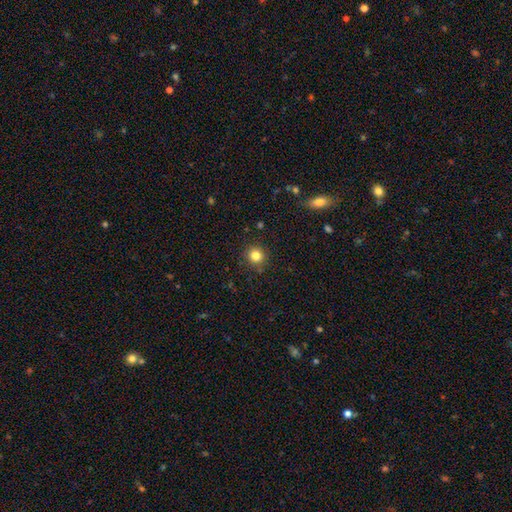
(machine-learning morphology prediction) A smooth galaxy with no disk features (82%) that is round (92%). Merging: none (90%).